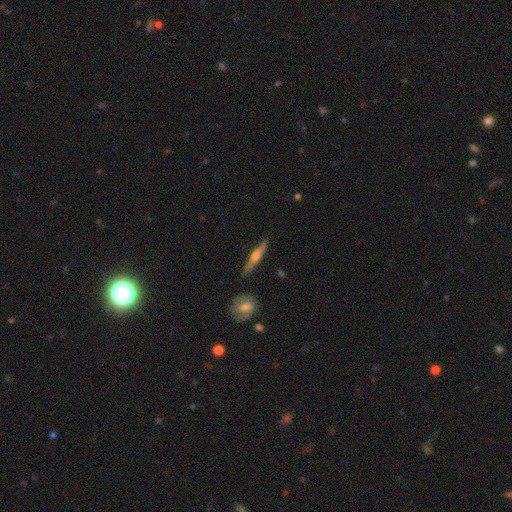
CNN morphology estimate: Overall: featured or disk (64%; smooth 30%). Edge-on disk: yes (95%). Edge-on bulge: rounded (77%). Merging: none (86%).